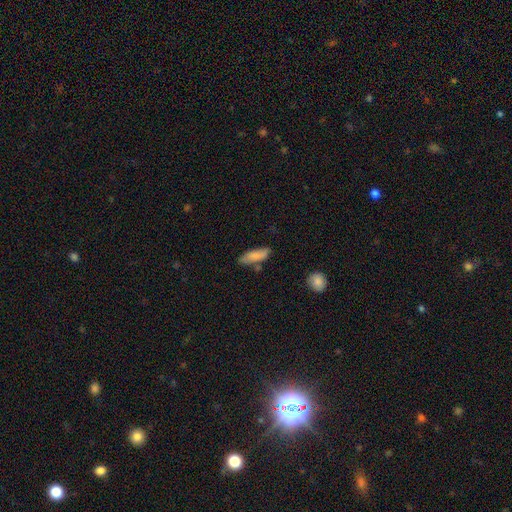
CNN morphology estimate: Overall: smooth (83%). How rounded: in between (53%; cigar-shaped 45%). Merging: none (68%).